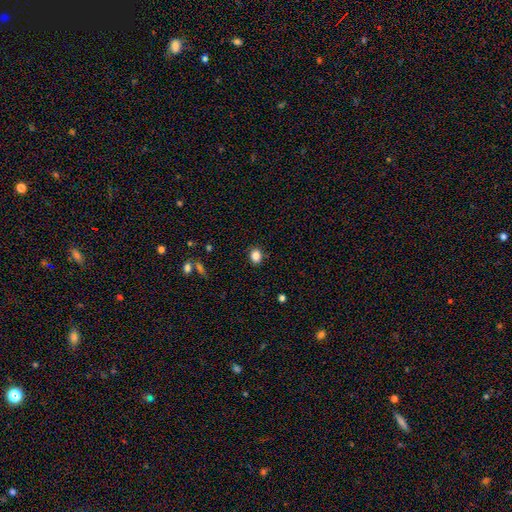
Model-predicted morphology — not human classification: type=smooth (85%); roundness=in between (52%); merging=none (86%).